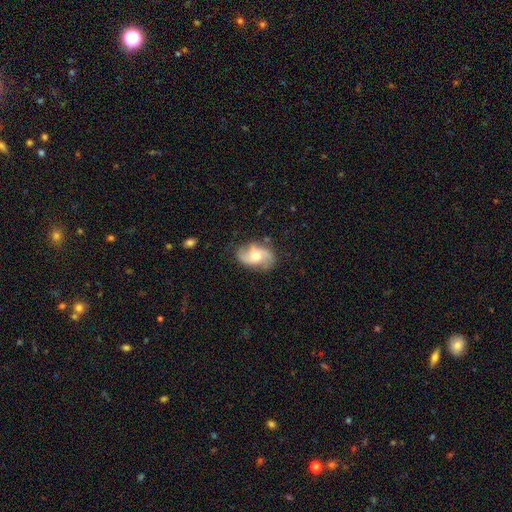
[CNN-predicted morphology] A featured or disk galaxy (75%) with no bar (60%), 2 (86%) loose (47%) spiral arms (92%) and a moderate central bulge (70%).

Vote fractions:
- Smooth or featured? featured or disk: 75% / smooth: 19% / star or artifact: 6%
- Edge-on disk? no: 96% / yes: 4%
- Bar? no: 60% / weak: 32% / strong: 8%
- Spiral arms? yes: 92% / no: 8%
- Spiral winding? loose: 47% / medium: 38% / tight: 14%
- Spiral arm count? 2: 86% / can't tell: 6% / 3: 3% / 1: 2% / 4: 1% / more than 4: 1%
- Bulge size? moderate: 70% / small: 23% / large: 5% / none: 1% / dominant: 1%
- Merging? none: 75% / minor disturbance: 17% / major disturbance: 6% / merger: 2%